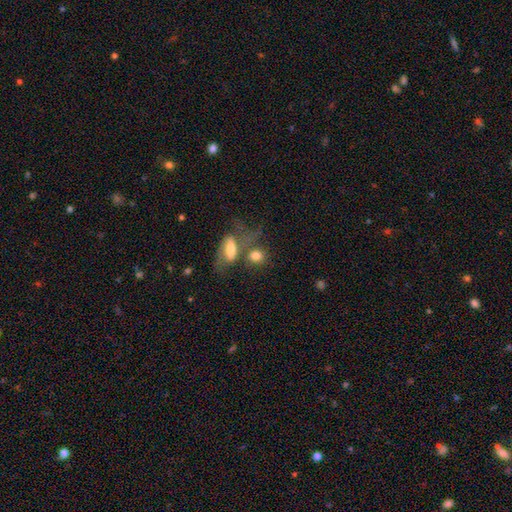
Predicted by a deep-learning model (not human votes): Smooth or featured: smooth — 77% (featured or disk — 15%)
How rounded: round — 60% (in between — 37%)
Merging: none — 42% (merger — 35%)